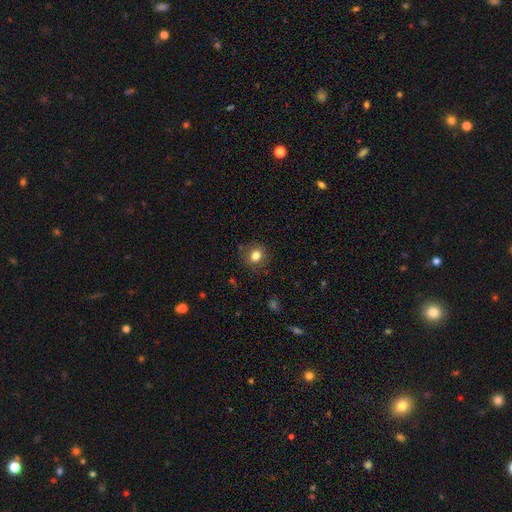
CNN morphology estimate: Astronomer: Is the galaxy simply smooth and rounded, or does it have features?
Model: smooth — 80%.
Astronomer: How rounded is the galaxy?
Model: round — 72%.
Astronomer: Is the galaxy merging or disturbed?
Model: none — 84%.